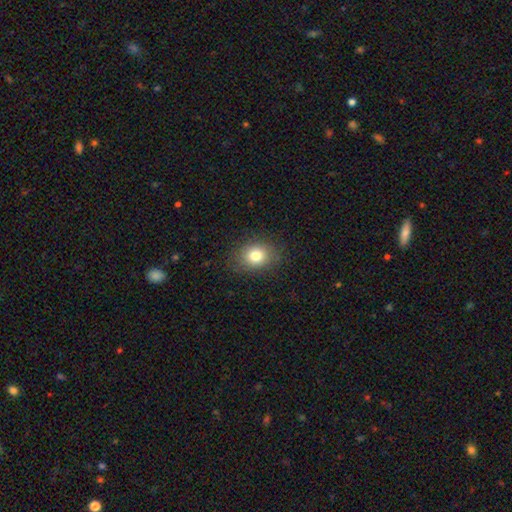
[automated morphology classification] Smooth or featured?
  - smooth: 79% *
  - star or artifact: 11%
  - featured or disk: 10%
How rounded?
  - round: 52% *
  - in between: 47%
  - cigar-shaped: 1%
Merging?
  - none: 84% *
  - minor disturbance: 11%
  - major disturbance: 4%
  - merger: 1%